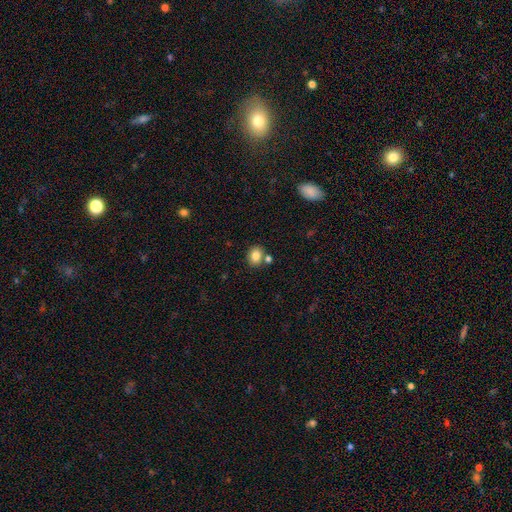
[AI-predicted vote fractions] This is clearly a smooth galaxy (82%). How rounded: possibly round (57%). Merging: likely none (72%).